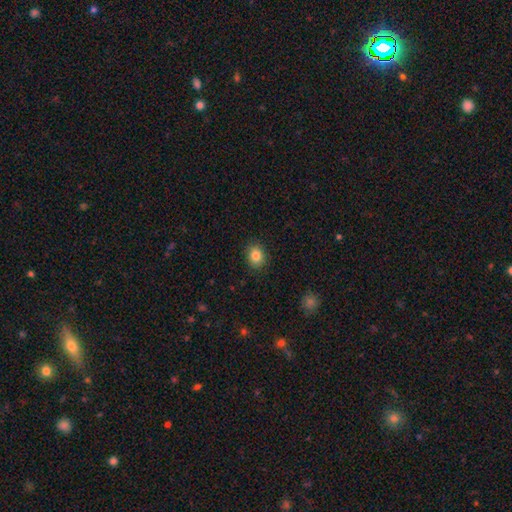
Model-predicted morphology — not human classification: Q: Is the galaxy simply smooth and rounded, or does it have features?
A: smooth — 84%.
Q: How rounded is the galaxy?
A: round — 62%.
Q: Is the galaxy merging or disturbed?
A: none — 89%.